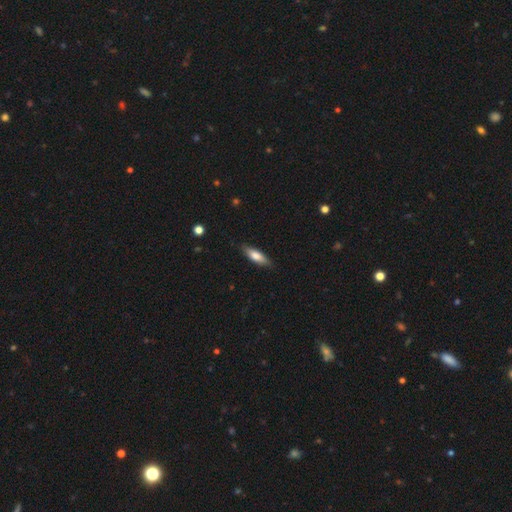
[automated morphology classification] Smooth or featured: smooth — 73% (featured or disk — 21%)
How rounded: in between — 49% (tied with cigar-shaped — 49%)
Merging: none — 84% (minor disturbance — 13%)